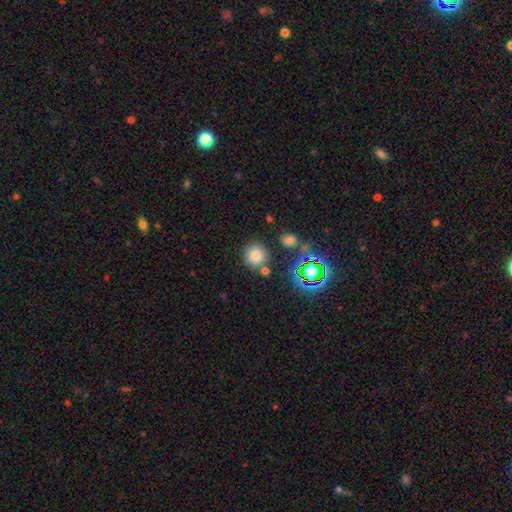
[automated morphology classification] The model was most divided on "smooth or featured": smooth: 76%, star or artifact: 17%, featured or disk: 7%. More confident: how rounded — round (92%); merging — none (79%).